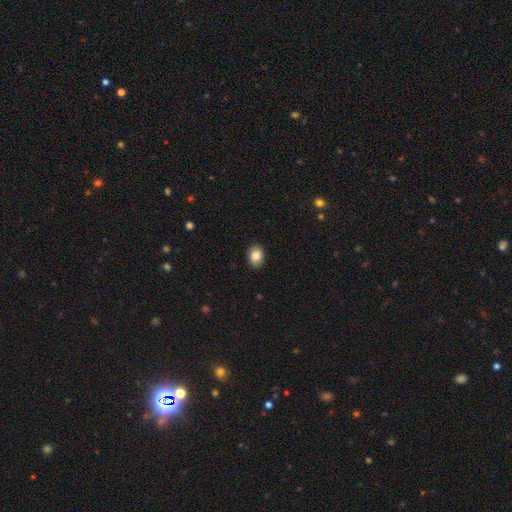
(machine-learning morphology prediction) Overall: smooth (85%). How rounded: in between (74%). Merging: none (88%).